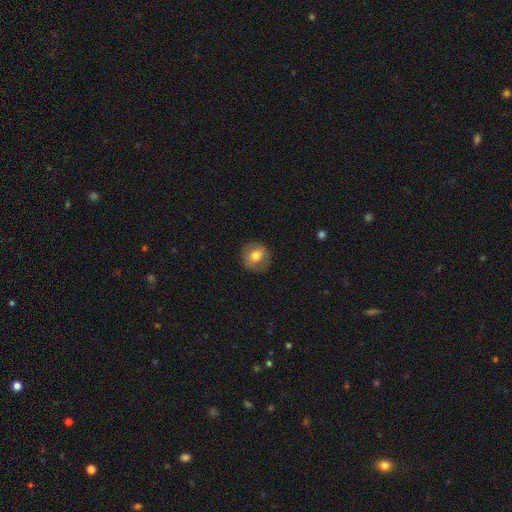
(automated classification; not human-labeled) This appears to be a smooth galaxy with no disk features (68%) that is round (89%). Merging: none (87%).